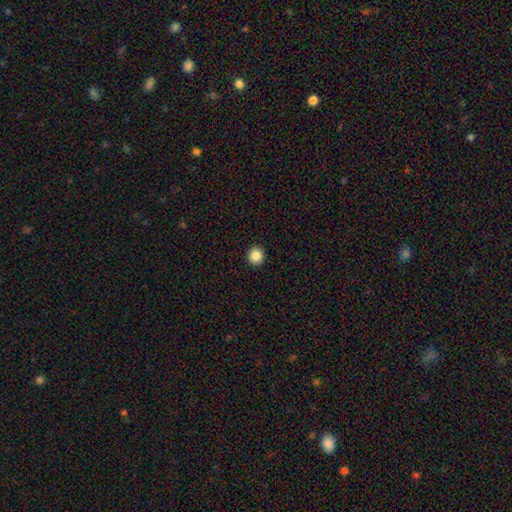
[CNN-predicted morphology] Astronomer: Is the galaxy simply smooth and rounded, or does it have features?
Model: smooth — 86%.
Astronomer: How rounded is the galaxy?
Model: round — 90%.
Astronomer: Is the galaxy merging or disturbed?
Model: none — 93%.